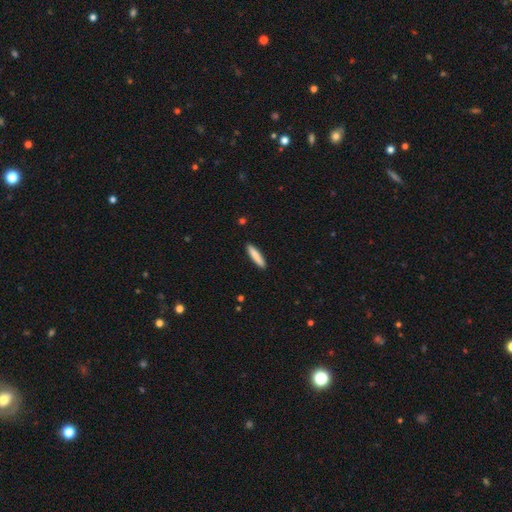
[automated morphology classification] Overall: smooth (84%). How rounded: cigar-shaped (89%). Merging: none (91%).